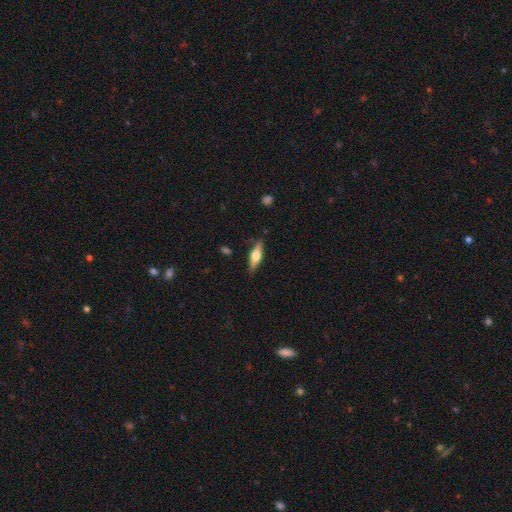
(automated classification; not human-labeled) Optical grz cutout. It shows a featured or disk galaxy (54%) viewed edge-on (93%) with a rounded central bulge (93%). Merging: none (84%).